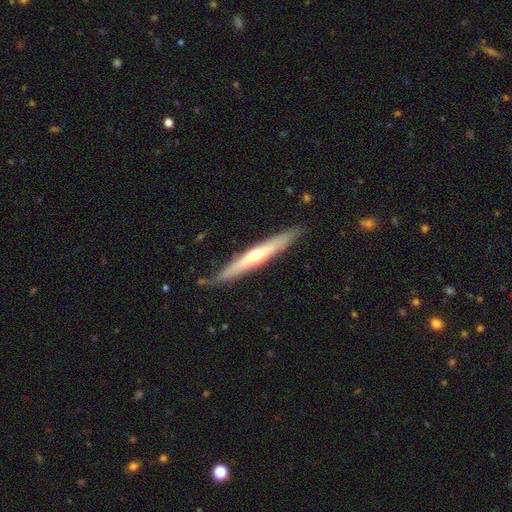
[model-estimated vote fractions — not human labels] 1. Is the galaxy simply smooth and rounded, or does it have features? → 62% featured or disk, 32% smooth, 6% star or artifact.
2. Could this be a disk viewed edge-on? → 95% yes, 5% no.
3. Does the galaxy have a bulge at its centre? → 74% rounded, 22% none, 4% boxy.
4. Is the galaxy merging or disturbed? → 87% none, 10% minor disturbance, 2% major disturbance, 1% merger.